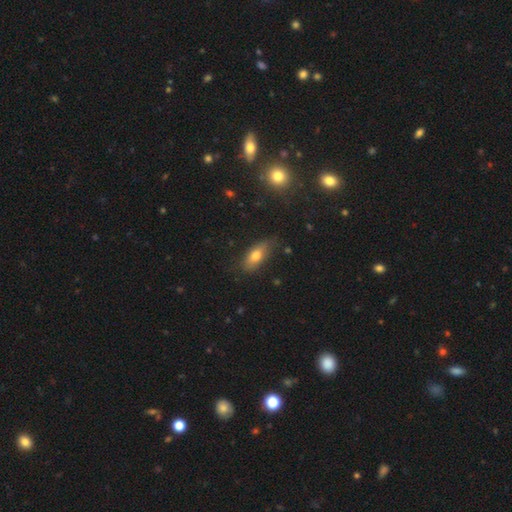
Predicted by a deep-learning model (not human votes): Smooth or featured? smooth (72%)
How rounded? in between (77%)
Merging? none (72%)